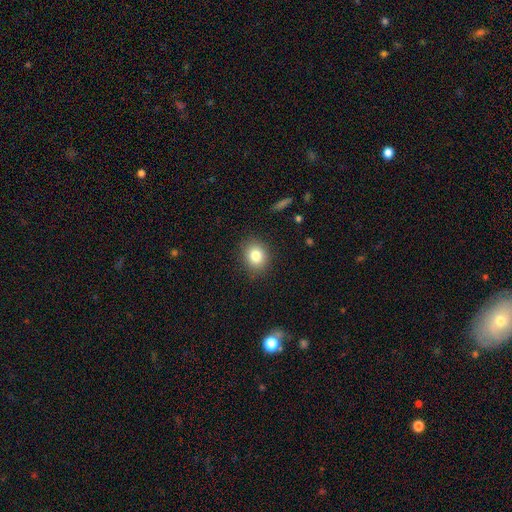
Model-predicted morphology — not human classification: Smooth or featured?
  - smooth: 82% *
  - star or artifact: 11%
  - featured or disk: 8%
How rounded?
  - round: 69% *
  - in between: 30%
  - cigar-shaped: 1%
Merging?
  - none: 88% *
  - minor disturbance: 9%
  - major disturbance: 3%
  - merger: 1%